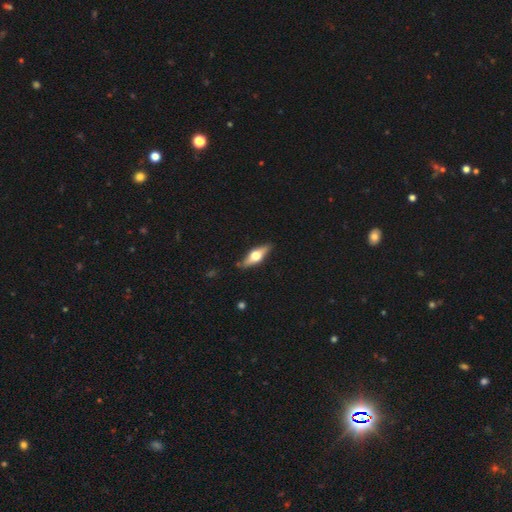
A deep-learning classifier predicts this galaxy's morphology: Smooth or featured?
  - featured or disk: 59% *
  - smooth: 35%
  - star or artifact: 6%
Edge-on disk?
  - yes: 92% *
  - no: 8%
Edge-on bulge?
  - rounded: 95% *
  - boxy: 3%
  - none: 1%
Merging?
  - none: 86% *
  - minor disturbance: 11%
  - major disturbance: 2%
  - merger: 1%